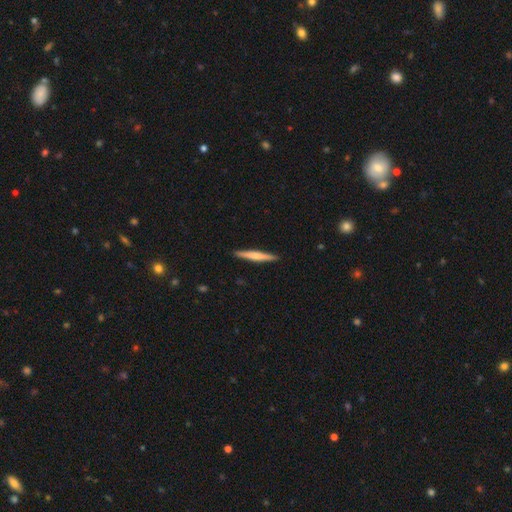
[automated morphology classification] This is possibly a smooth galaxy (54%). How rounded: clearly cigar-shaped (95%). Merging: clearly none (92%).